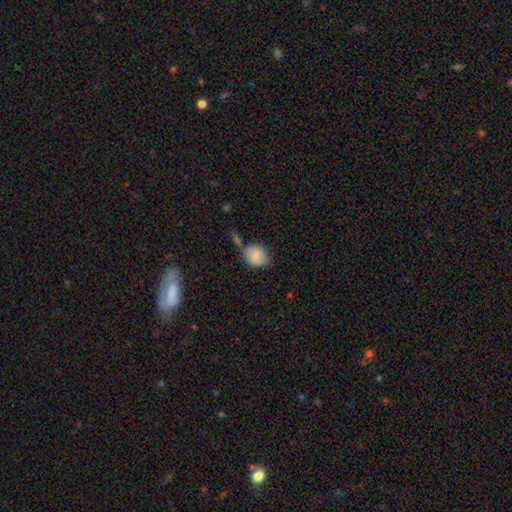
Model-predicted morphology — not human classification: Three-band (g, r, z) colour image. It shows a smooth galaxy with no disk features (73%) that is in between round and cigar-shaped (51%). Merging: none (53%).